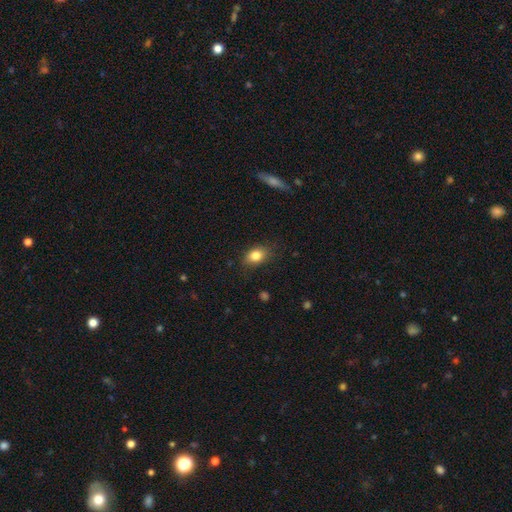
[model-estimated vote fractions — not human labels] Overall: smooth (83%). How rounded: in between (74%). Merging: none (78%).